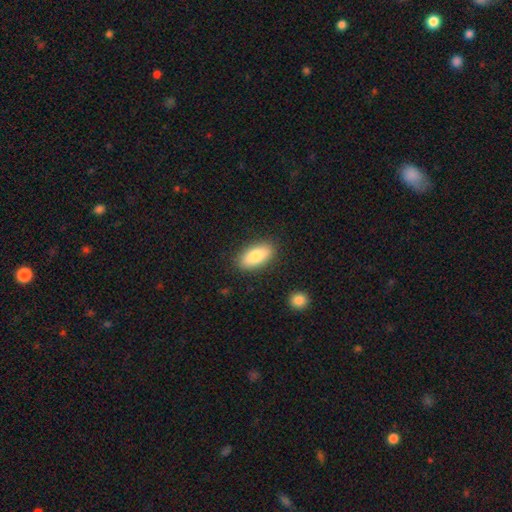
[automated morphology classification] The model was most divided on "smooth or featured": smooth: 83%, featured or disk: 11%, star or artifact: 6%. More confident: how rounded — in between (89%); merging — none (86%).